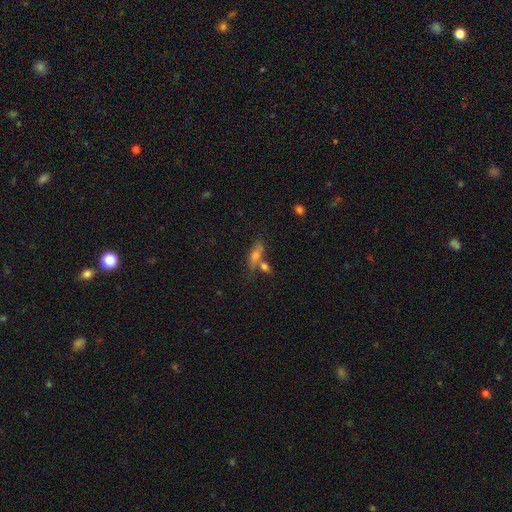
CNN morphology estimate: type=smooth (58%); roundness=in between (50%); merging=none (48%).